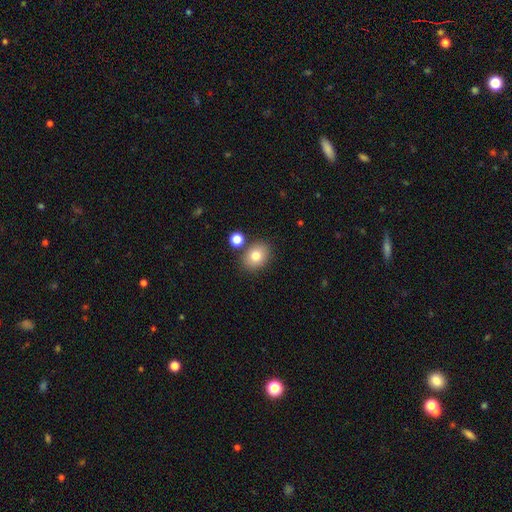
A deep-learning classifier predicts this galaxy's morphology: Q: Smooth or featured?
A: smooth (79%); runner-up: featured or disk (10%)
Q: How rounded?
A: in between (53%); runner-up: round (46%)
Q: Merging?
A: none (78%); runner-up: minor disturbance (10%)